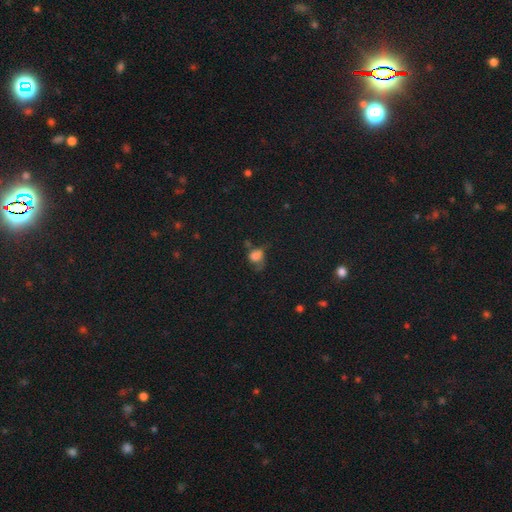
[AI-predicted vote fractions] Smooth or featured? smooth (69%)
How rounded? round (57%)
Merging? none (31%)